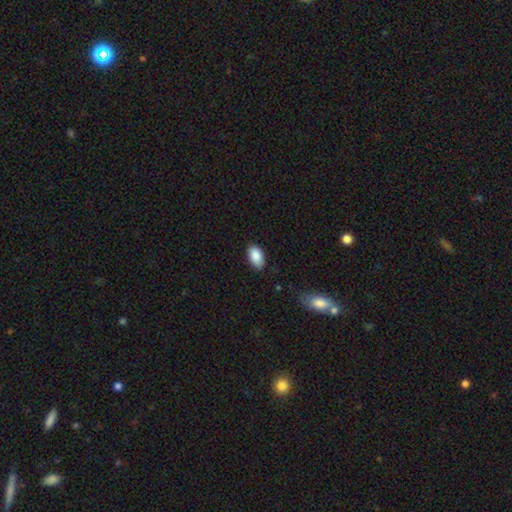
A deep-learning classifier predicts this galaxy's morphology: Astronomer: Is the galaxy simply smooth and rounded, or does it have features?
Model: smooth — 88%.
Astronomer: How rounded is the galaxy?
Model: in between — 94%.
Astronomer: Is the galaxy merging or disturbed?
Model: none — 81%.